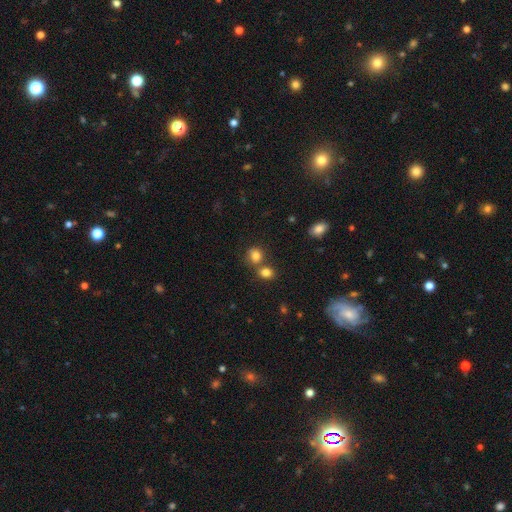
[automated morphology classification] The model was most divided on "merging": none: 54%, merger: 32%, minor disturbance: 10%, major disturbance: 4%. More confident: smooth or featured — smooth (80%); how rounded — round (74%).